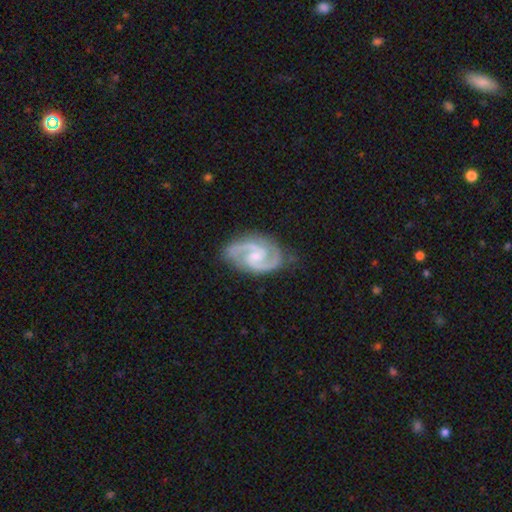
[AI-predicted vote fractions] smooth-or-featured: featured or disk: 93% | smooth: 4% | star or artifact: 4%
  disk-edge-on: no: 98% | yes: 2%
    bar: weak: 49% | no: 40% | strong: 11%
    has-spiral-arms: yes: 99% | no: 1%
      spiral-winding: medium: 59% | tight: 32% | loose: 9%
      spiral-arm-count: 2: 93% | 3: 2% | can't tell: 2% | 1: 1% | 4: 1% | more than 4: 1%
    bulge-size: small: 52% | moderate: 32% | none: 13% | large: 2% | dominant: 1%
  merging: none: 80% | minor disturbance: 15% | major disturbance: 4% | merger: 1%